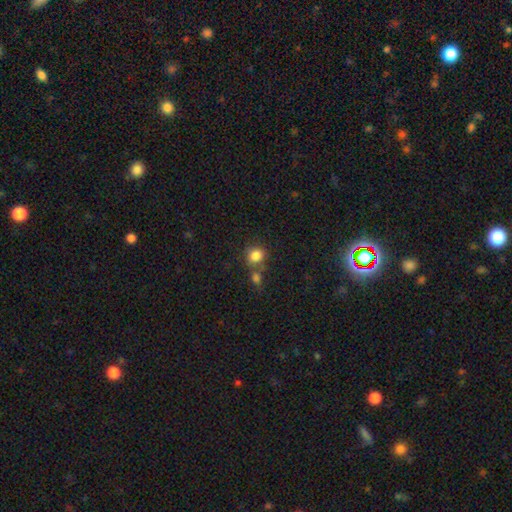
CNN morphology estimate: A smooth galaxy with no disk features (83%) that is round (71%). Merging: none (53%).